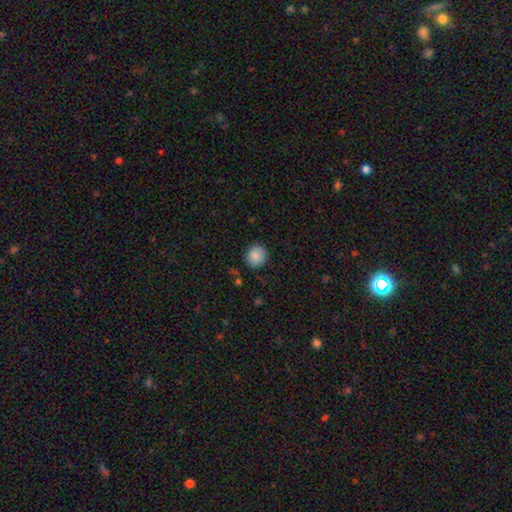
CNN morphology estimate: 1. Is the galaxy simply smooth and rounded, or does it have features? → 86% smooth, 8% star or artifact, 6% featured or disk.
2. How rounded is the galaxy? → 90% round, 9% in between, 1% cigar-shaped.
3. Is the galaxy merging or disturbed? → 86% none, 10% minor disturbance, 2% major disturbance, 1% merger.